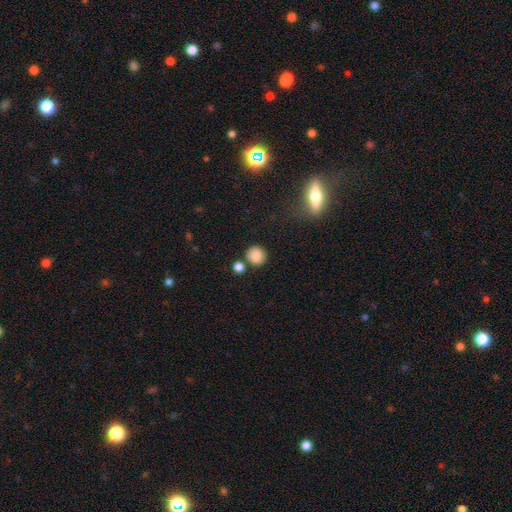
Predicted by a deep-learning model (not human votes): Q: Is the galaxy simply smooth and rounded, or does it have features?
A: smooth — 86%.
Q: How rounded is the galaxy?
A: round — 90%.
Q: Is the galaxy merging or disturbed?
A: none — 76%.